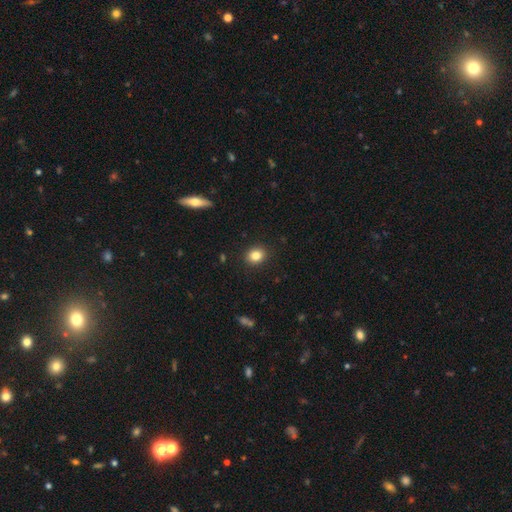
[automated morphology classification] This is clearly a smooth galaxy (84%). How rounded: likely round (66%). Merging: clearly none (90%).